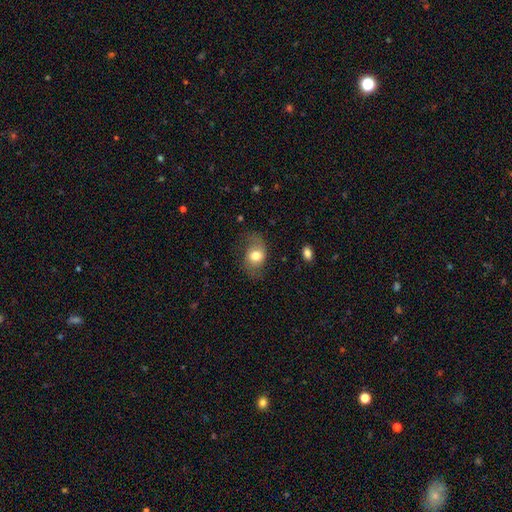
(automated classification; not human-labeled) smooth_or_featured: smooth (p=0.66) [alt: featured or disk p=0.26]
how_rounded: in between (p=0.68) [alt: round p=0.31]
merging: none (p=0.59) [alt: minor disturbance p=0.26]